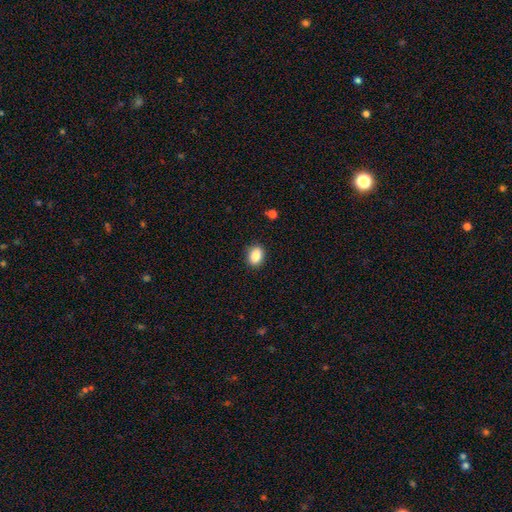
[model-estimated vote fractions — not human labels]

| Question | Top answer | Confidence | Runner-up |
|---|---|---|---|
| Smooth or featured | smooth | 87% | star or artifact (8%) |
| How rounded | in between | 68% | round (31%) |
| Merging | none | 88% | minor disturbance (9%) |